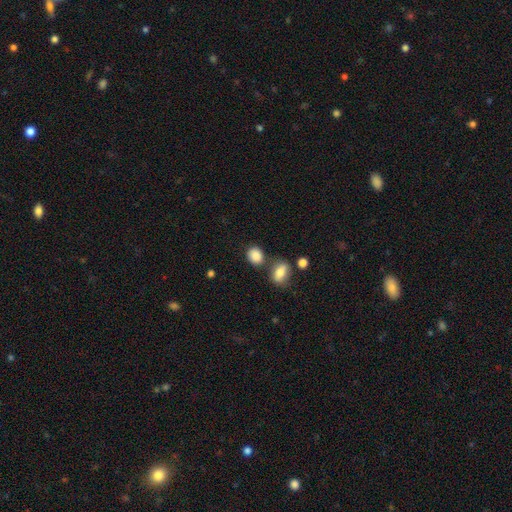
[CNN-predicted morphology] A smooth galaxy with no disk features (86%) that is round (53%). Merging: none (67%).